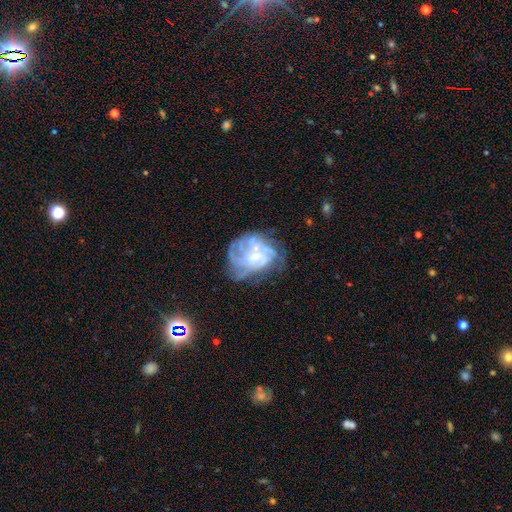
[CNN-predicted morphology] smooth-or-featured: featured or disk: 78% | smooth: 13% | star or artifact: 9%
  disk-edge-on: no: 98% | yes: 2%
    bar: no: 72% | weak: 24% | strong: 4%
    has-spiral-arms: yes: 83% | no: 17%
      spiral-winding: tight: 54% | medium: 32% | loose: 13%
      spiral-arm-count: can't tell: 41% | 4: 20% | 3: 15% | more than 4: 11% | 2: 8% | 1: 5%
    bulge-size: small: 63% | moderate: 28% | none: 6% | large: 2% | dominant: 1%
  merging: none: 53% | minor disturbance: 23% | major disturbance: 18% | merger: 6%